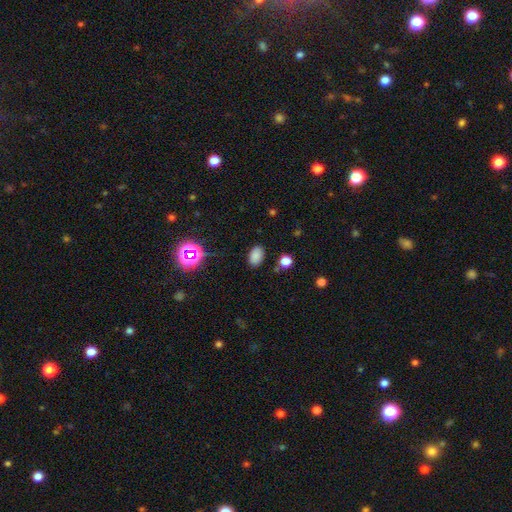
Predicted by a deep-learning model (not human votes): Q: Smooth or featured?
A: smooth (78%); runner-up: star or artifact (17%)
Q: How rounded?
A: in between (87%); runner-up: round (11%)
Q: Merging?
A: none (85%); runner-up: minor disturbance (10%)